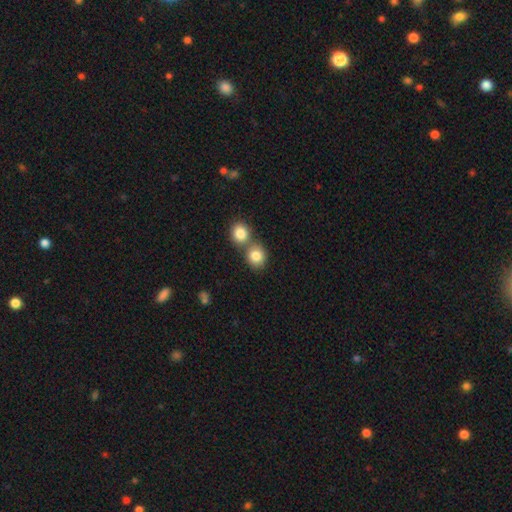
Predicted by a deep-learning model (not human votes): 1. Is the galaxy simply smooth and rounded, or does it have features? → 83% smooth, 9% star or artifact, 8% featured or disk.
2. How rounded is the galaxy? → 80% round, 19% in between, 1% cigar-shaped.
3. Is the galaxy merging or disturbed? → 47% merger, 44% none, 6% minor disturbance, 2% major disturbance.